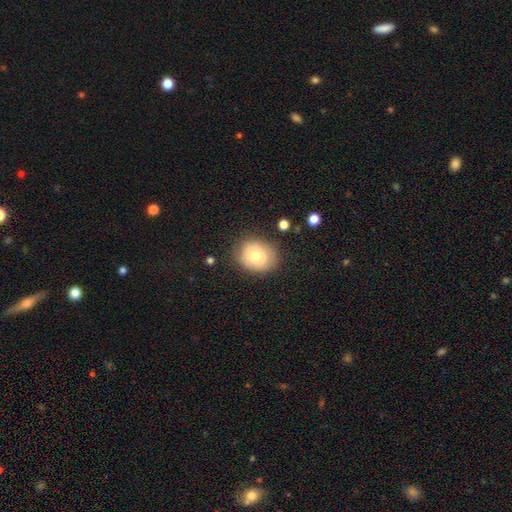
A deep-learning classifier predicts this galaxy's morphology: A smooth galaxy with no disk features (69%) that is round (64%). Merging: none (79%).